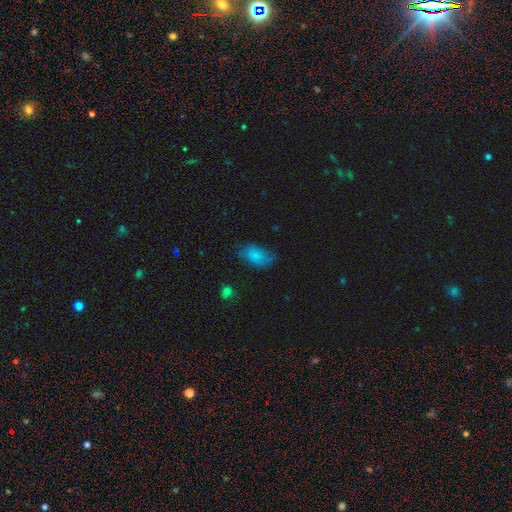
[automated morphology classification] A smooth galaxy with no disk features (78%) that is in between round and cigar-shaped (91%). Merging: none (57%).